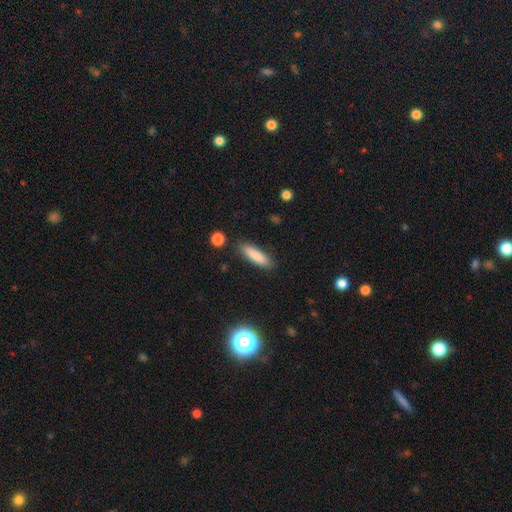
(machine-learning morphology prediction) This appears to be a smooth galaxy with no disk features (84%) that is cigar-shaped (69%). Merging: none (86%).